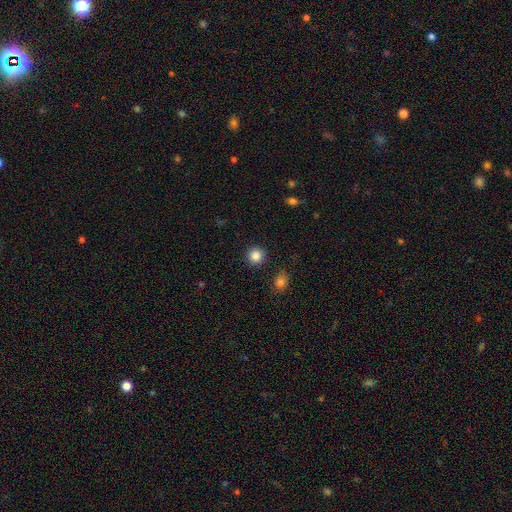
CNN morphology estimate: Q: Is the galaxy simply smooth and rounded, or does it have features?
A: smooth — 86%.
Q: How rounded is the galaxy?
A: round — 93%.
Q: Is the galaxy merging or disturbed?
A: none — 91%.